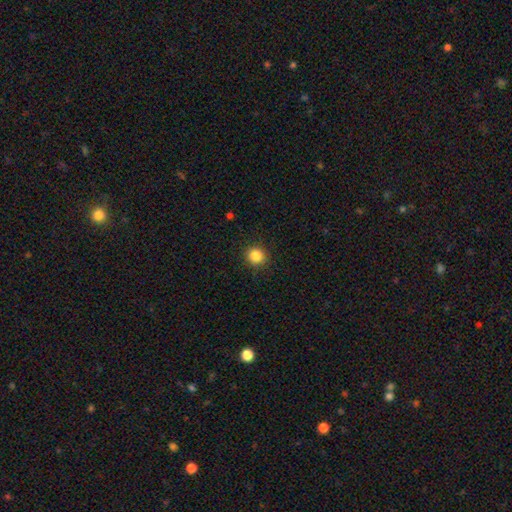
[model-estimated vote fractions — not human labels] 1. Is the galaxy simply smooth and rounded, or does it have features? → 84% smooth, 11% star or artifact, 4% featured or disk.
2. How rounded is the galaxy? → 91% round, 8% in between, 1% cigar-shaped.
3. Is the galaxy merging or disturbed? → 91% none, 6% minor disturbance, 2% major disturbance, 1% merger.